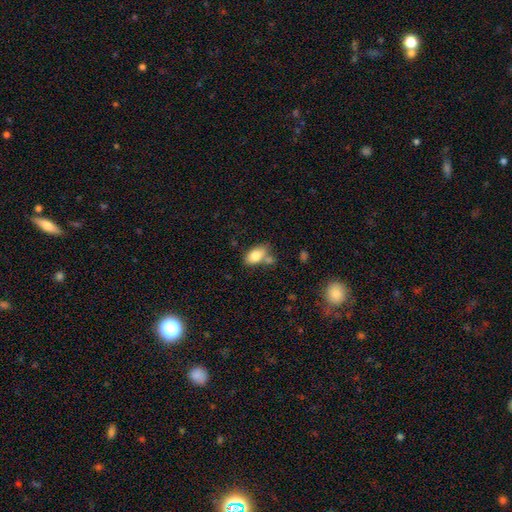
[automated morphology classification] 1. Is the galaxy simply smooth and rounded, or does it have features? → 81% smooth, 12% featured or disk, 8% star or artifact.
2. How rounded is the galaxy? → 90% in between, 8% round, 2% cigar-shaped.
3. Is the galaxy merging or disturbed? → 54% none, 23% merger, 18% minor disturbance, 5% major disturbance.